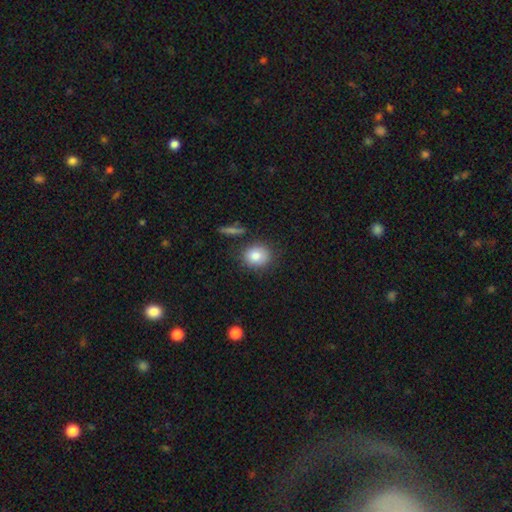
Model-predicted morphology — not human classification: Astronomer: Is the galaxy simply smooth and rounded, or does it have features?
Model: smooth — 83%.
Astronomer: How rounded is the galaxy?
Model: round — 73%.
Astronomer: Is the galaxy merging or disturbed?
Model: none — 80%.